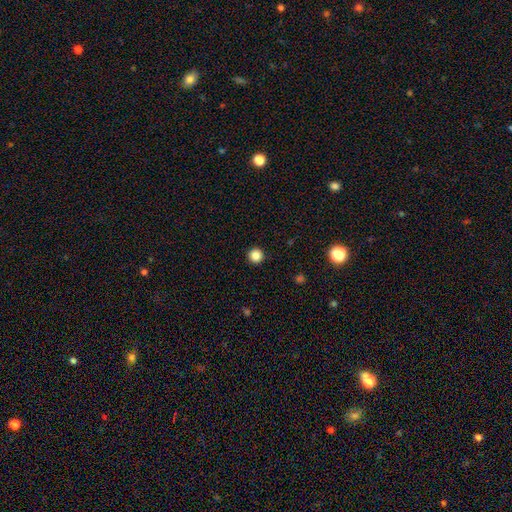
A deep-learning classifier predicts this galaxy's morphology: Overall: smooth (85%). How rounded: round (96%). Merging: none (94%).